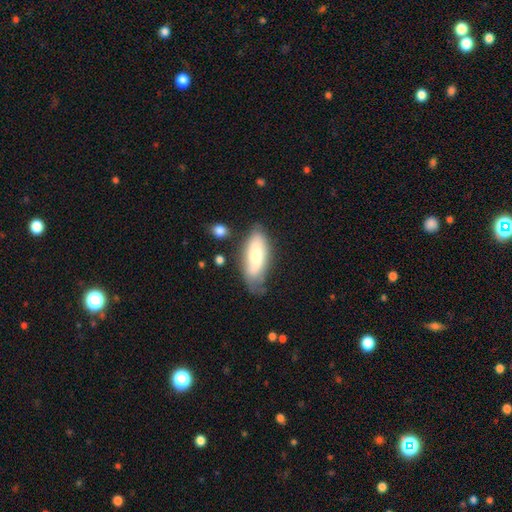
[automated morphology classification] smooth 70%, featured or disk 23%, star or artifact 6%. Down the decision tree: how rounded — in between (72%); merging — none (60%).